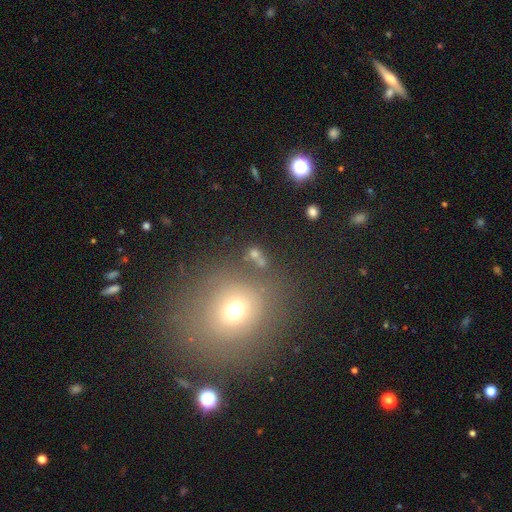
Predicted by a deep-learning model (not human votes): The model was most divided on "how rounded": round: 57%, in between: 39%, cigar-shaped: 3%. More confident: smooth or featured — smooth (61%); merging — none (52%).